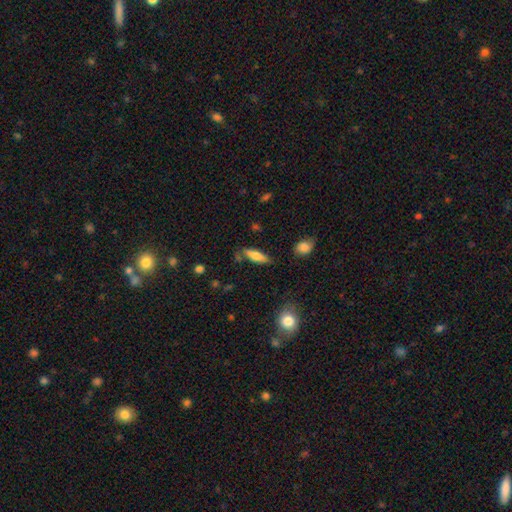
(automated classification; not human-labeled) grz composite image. It shows a smooth galaxy with no disk features (67%) that is cigar-shaped (51%). Merging: none (76%).